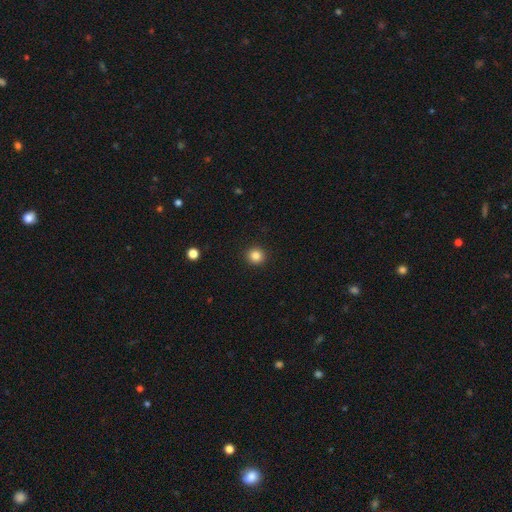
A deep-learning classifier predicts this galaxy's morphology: smooth 84%, star or artifact 11%, featured or disk 4%. Down the decision tree: how rounded — round (92%); merging — none (93%).